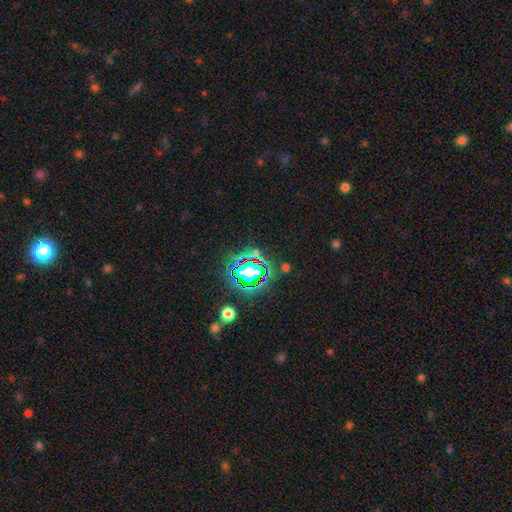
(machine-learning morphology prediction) smooth_or_featured: star or artifact (p=0.75) [alt: smooth p=0.16]